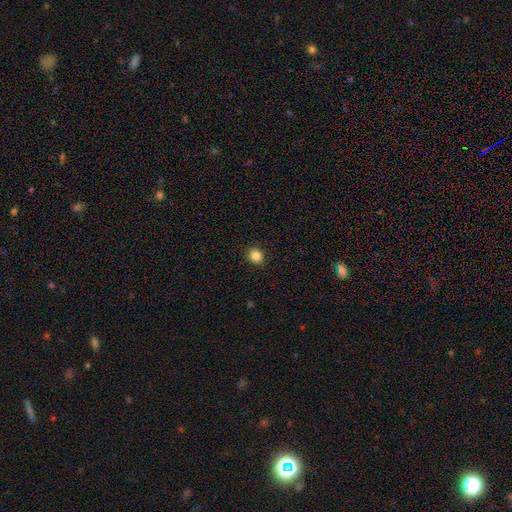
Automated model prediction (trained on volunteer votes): Smooth or featured? Predicted: smooth (p=0.85). How rounded? Predicted: round (p=0.78). Merging? Predicted: none (p=0.91).